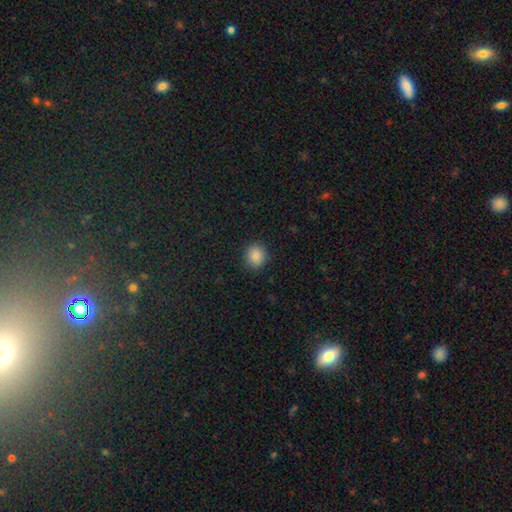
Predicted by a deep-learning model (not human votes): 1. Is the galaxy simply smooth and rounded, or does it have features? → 88% smooth, 9% star or artifact, 3% featured or disk.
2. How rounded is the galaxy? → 79% round, 20% in between, 1% cigar-shaped.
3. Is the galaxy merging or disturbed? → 89% none, 7% minor disturbance, 2% major disturbance, 1% merger.